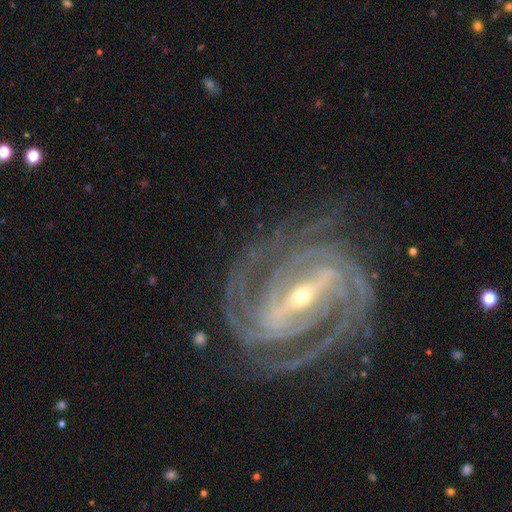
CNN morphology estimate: smooth-or-featured: featured or disk: 93% | star or artifact: 5% | smooth: 2%
  disk-edge-on: no: 96% | yes: 4%
    bar: strong: 79% | weak: 16% | no: 5%
    has-spiral-arms: yes: 98% | no: 2%
      spiral-winding: tight: 66% | medium: 30% | loose: 4%
      spiral-arm-count: 2: 30% | 3: 24% | 4: 19% | can't tell: 12% | more than 4: 8% | 1: 7%
    bulge-size: small: 70% | moderate: 27% | large: 2% | none: 1% | dominant: 1%
  merging: none: 77% | minor disturbance: 14% | major disturbance: 7% | merger: 2%